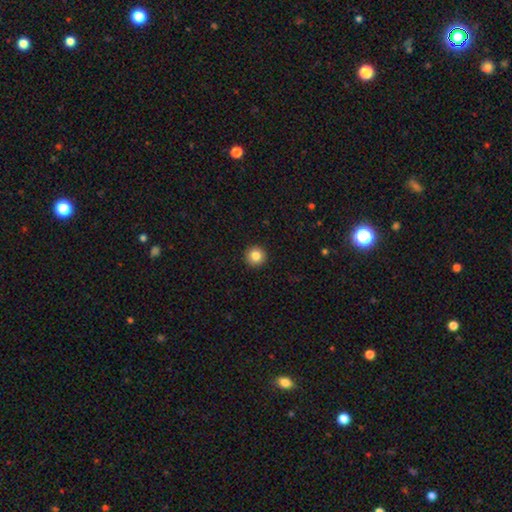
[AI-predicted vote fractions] Smooth or featured: smooth — 85% (star or artifact — 10%)
How rounded: round — 96% (in between — 3%)
Merging: none — 93% (minor disturbance — 4%)